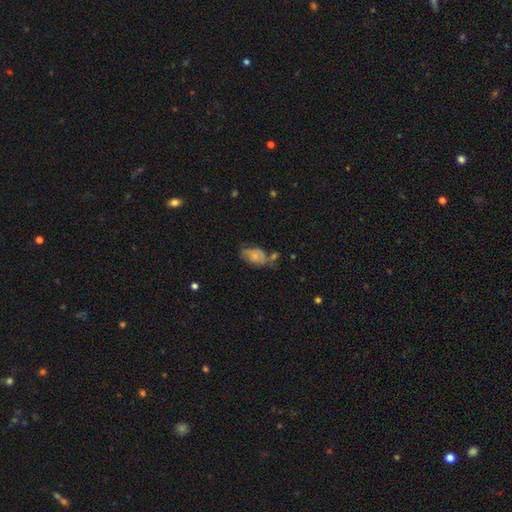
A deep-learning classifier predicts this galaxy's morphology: Smooth or featured? Predicted: smooth (p=0.66). How rounded? Predicted: in between (p=0.91). Merging? Predicted: none (p=0.38).